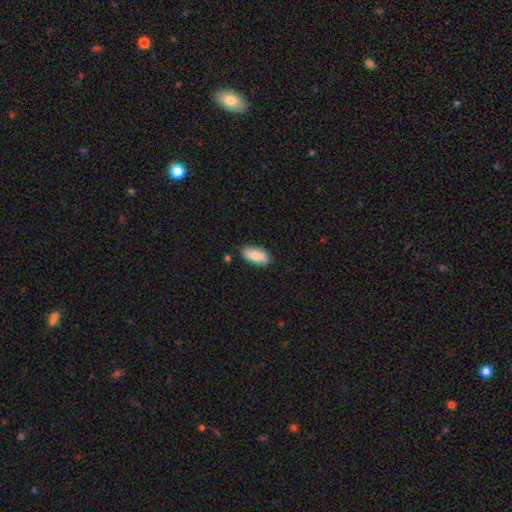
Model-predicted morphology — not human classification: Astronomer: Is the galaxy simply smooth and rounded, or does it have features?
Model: smooth — 79%.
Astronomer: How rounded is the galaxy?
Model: in between — 87%.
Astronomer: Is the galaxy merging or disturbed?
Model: none — 84%.